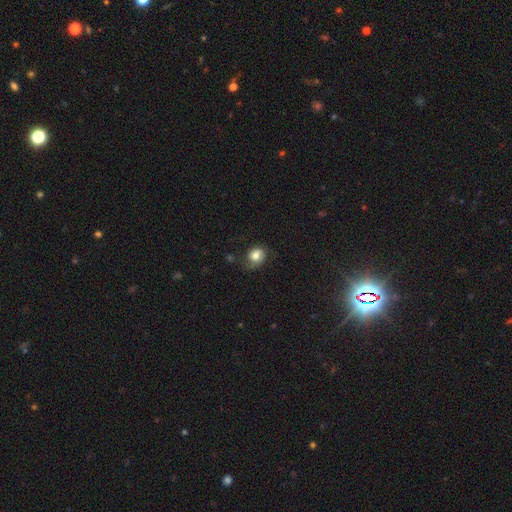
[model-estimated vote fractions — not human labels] The model was most divided on "how rounded": round: 52%, in between: 47%, cigar-shaped: 1%. More confident: smooth or featured — smooth (73%); merging — none (51%).